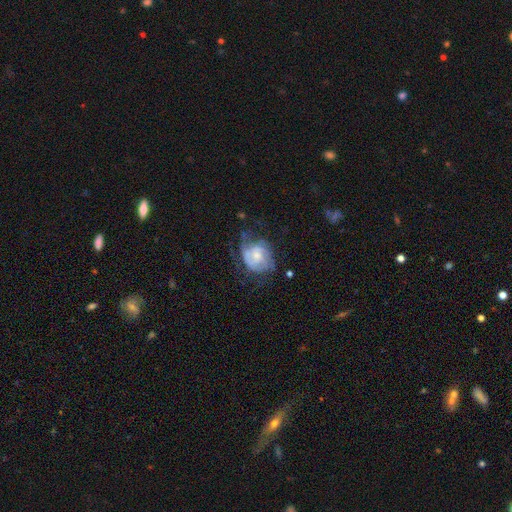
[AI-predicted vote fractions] Smooth or featured? Predicted: featured or disk (p=0.69). Edge-on disk? Predicted: no (p=0.98). Bar? Predicted: no (p=0.65). Spiral arms? Predicted: yes (p=0.84). Spiral winding? Predicted: tight (p=0.49). Spiral arm count? Predicted: 2 (p=0.46). Bulge size? Predicted: moderate (p=0.44). Merging? Predicted: none (p=0.49).